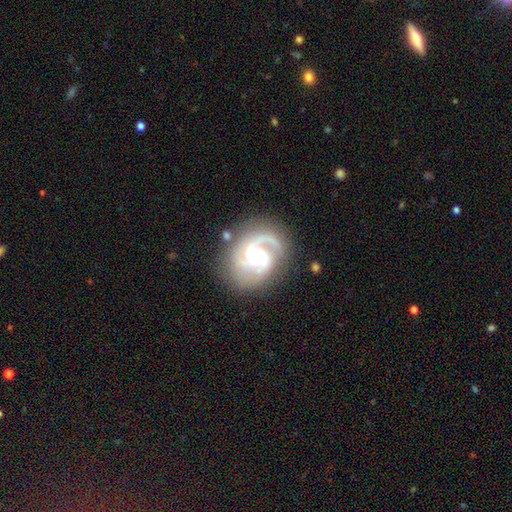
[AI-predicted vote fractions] Smooth or featured? featured or disk (91%)
Edge-on disk? no (98%)
Bar? weak (46%)
Spiral arms? yes (98%)
Spiral winding? medium (51%)
Spiral arm count? 2 (43%)
Bulge size? moderate (66%)
Merging? none (76%)